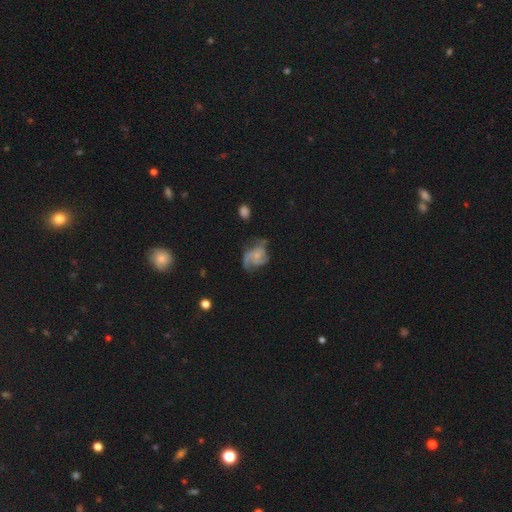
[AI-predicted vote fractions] Smooth or featured? Predicted: featured or disk (p=0.72). Edge-on disk? Predicted: no (p=0.98). Bar? Predicted: no (p=0.75). Spiral arms? Predicted: yes (p=0.87). Spiral winding? Predicted: medium (p=0.44). Spiral arm count? Predicted: 2 (p=0.37). Bulge size? Predicted: small (p=0.65). Merging? Predicted: none (p=0.39).